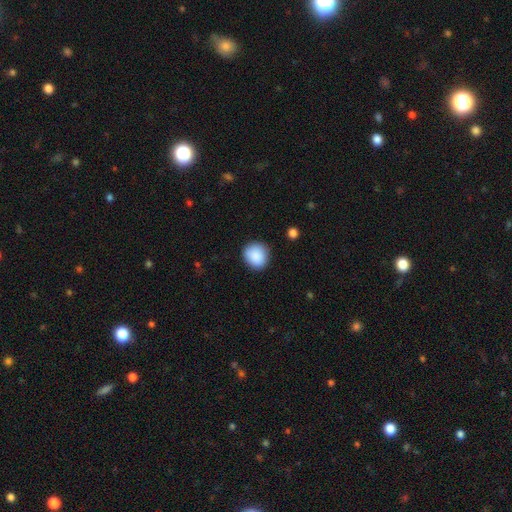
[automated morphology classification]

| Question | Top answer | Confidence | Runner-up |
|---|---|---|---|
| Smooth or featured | smooth | 89% | star or artifact (8%) |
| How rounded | round | 83% | in between (16%) |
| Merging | none | 85% | minor disturbance (11%) |